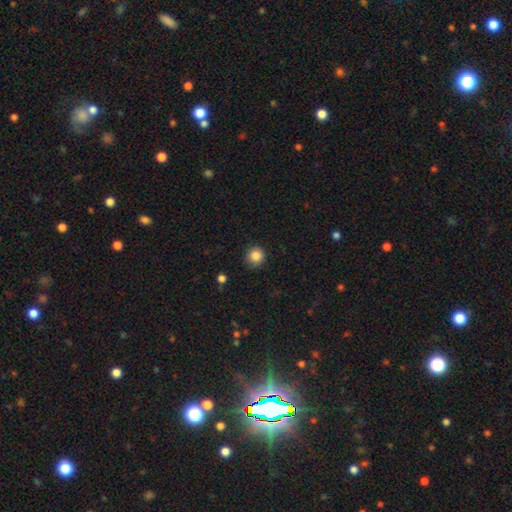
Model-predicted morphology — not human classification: smooth_or_featured: smooth (p=0.85) [alt: star or artifact p=0.11]
how_rounded: round (p=0.93) [alt: in between p=0.06]
merging: none (p=0.86) [alt: minor disturbance p=0.11]